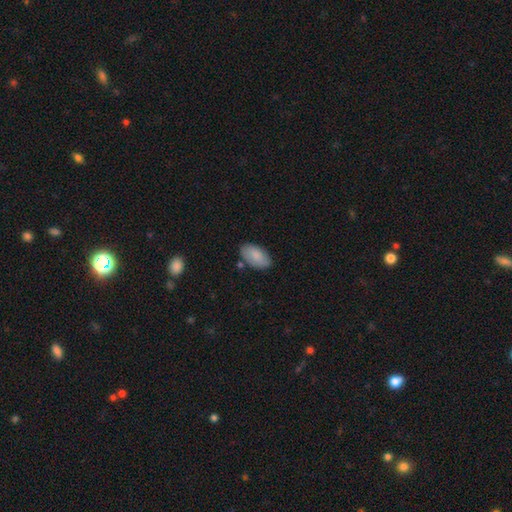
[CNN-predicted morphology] smooth-or-featured: smooth: 85% | featured or disk: 9% | star or artifact: 6%
  how-rounded: in between: 95% | round: 3% | cigar-shaped: 2%
  merging: none: 79% | minor disturbance: 15% | merger: 4% | major disturbance: 3%